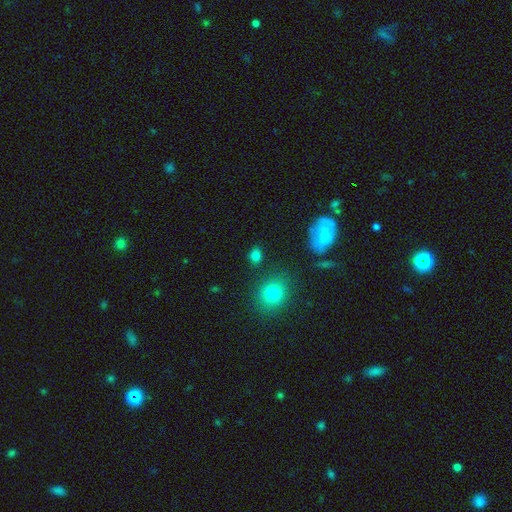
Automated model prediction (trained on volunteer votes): This is clearly a smooth galaxy (80%). How rounded: possibly round (50%). Merging: clearly none (80%).